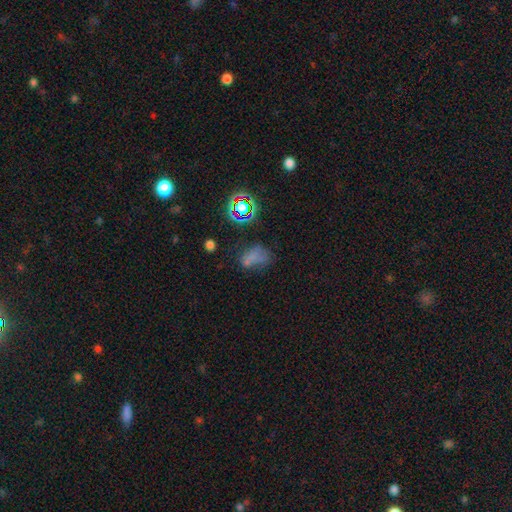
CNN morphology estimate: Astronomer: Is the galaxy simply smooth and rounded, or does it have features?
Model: smooth — 52% (runner-up: star or artifact, 29%).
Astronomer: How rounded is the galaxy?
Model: in between — 78%.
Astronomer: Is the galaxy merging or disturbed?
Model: none — 36% (runner-up: major disturbance, 24%).